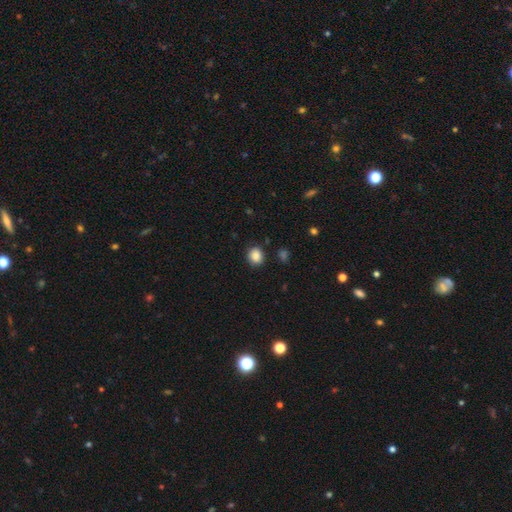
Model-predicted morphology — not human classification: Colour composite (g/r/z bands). It shows a smooth galaxy with no disk features (87%) that is round (73%). Merging: none (86%).